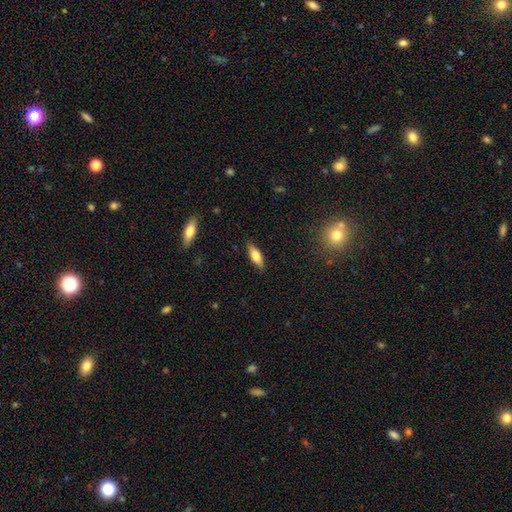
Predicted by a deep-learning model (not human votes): Smooth or featured? Predicted: smooth (p=0.72). How rounded? Predicted: in between (p=0.62). Merging? Predicted: none (p=0.86).